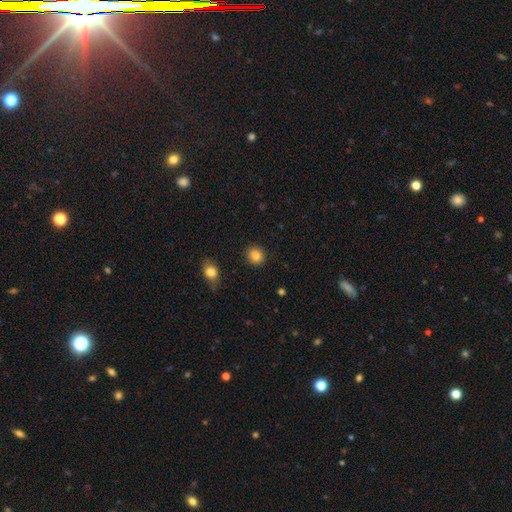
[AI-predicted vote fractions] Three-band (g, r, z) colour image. It shows a smooth galaxy with no disk features (85%) that is round (83%). Merging: none (91%).